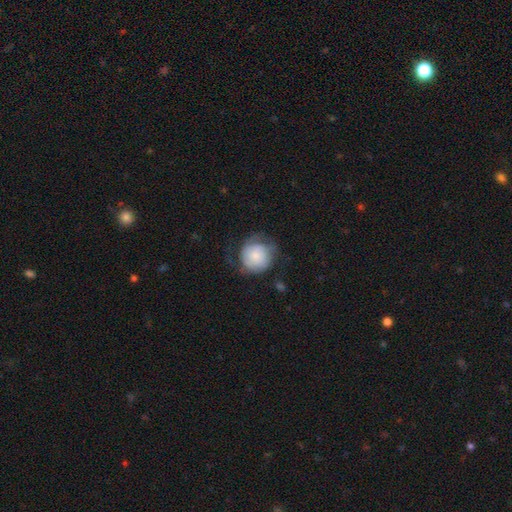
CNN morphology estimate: smooth 55%, featured or disk 38%, star or artifact 7%. Down the decision tree: how rounded — round (87%); merging — none (52%).